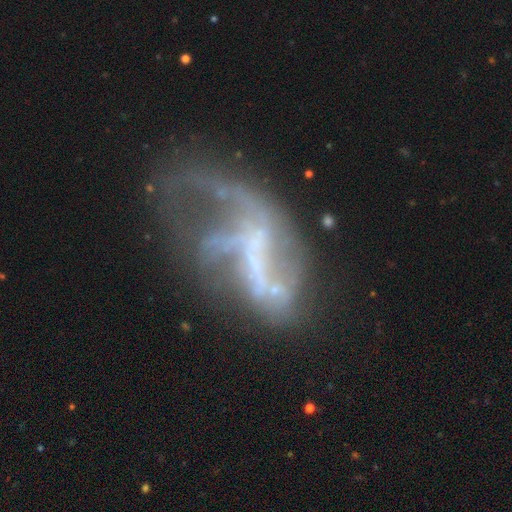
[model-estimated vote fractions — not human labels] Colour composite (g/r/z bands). It shows a featured or disk galaxy (74%) with no bar (45%), spiral arms (57%) and no central bulge (65%). Merging: major disturbance (48%).